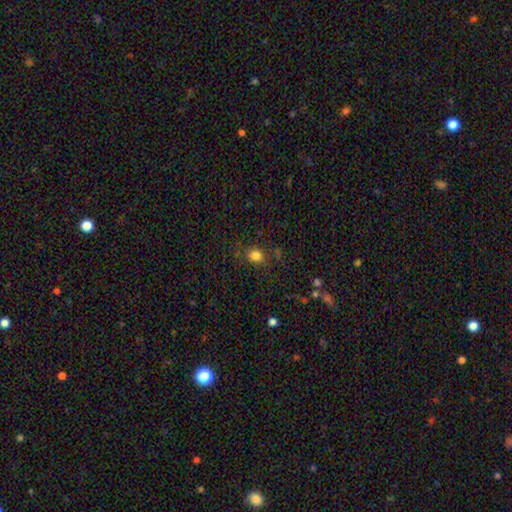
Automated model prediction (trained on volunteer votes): A smooth galaxy with no disk features (81%) that is round (60%).

Vote fractions:
- Smooth or featured? smooth: 81% / star or artifact: 13% / featured or disk: 6%
- How rounded? round: 60% / in between: 38% / cigar-shaped: 1%
- Merging? none: 80% / minor disturbance: 13% / major disturbance: 5% / merger: 2%